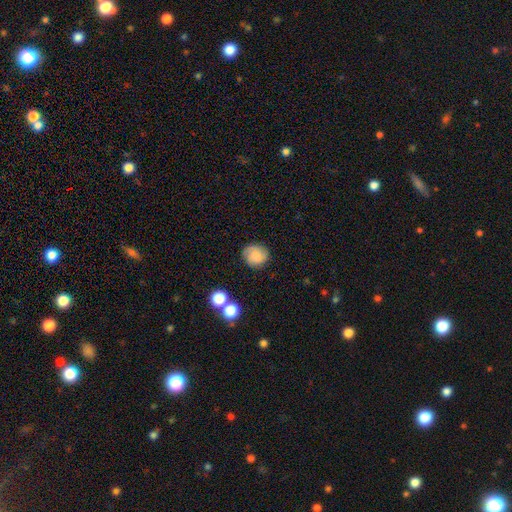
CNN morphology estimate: smooth 78%, featured or disk 13%, star or artifact 9%. Down the decision tree: how rounded — round (84%); merging — none (79%).